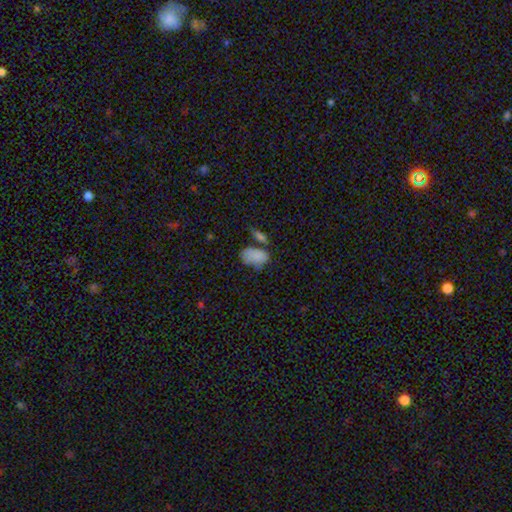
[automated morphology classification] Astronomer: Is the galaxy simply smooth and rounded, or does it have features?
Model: smooth — 81%.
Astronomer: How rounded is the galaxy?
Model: in between — 89%.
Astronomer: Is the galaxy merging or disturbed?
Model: none — 40% (runner-up: merger, 24%).